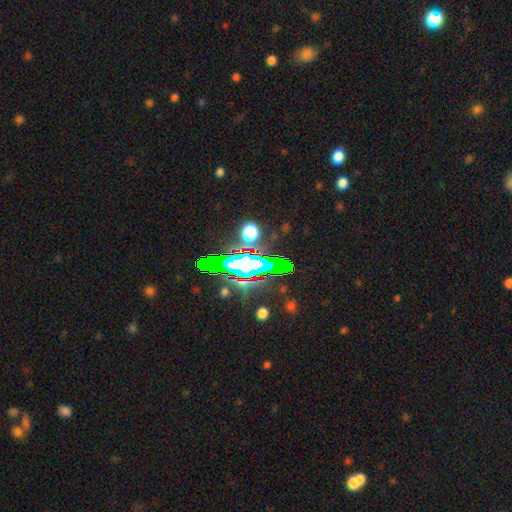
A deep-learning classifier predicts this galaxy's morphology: Q: Smooth or featured?
A: star or artifact (61%); runner-up: featured or disk (23%)